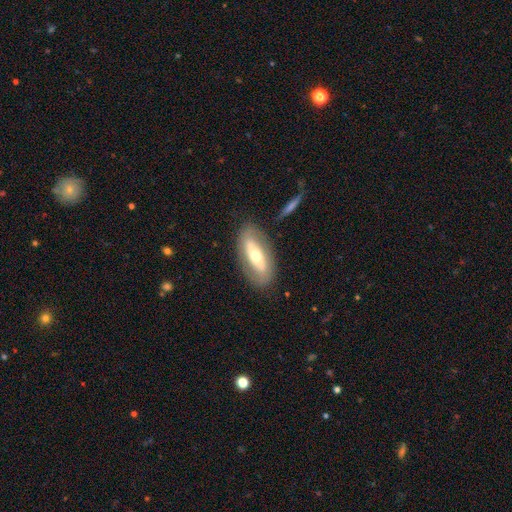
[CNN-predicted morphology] Smooth or featured: featured or disk — 54% (smooth — 40%)
Edge-on disk: no — 81% (yes — 19%)
Merging: none — 80% (minor disturbance — 13%)